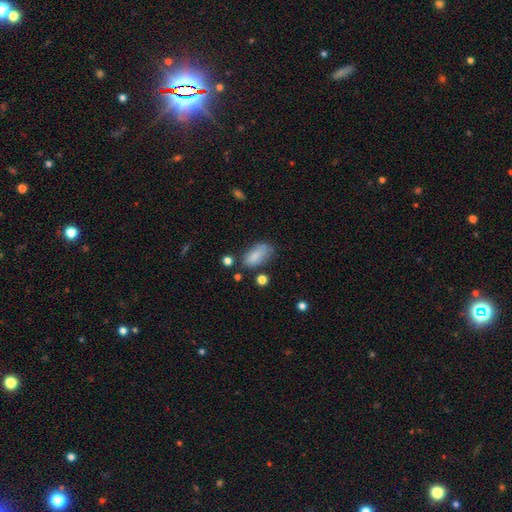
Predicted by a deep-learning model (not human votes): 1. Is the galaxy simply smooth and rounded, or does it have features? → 82% smooth, 10% featured or disk, 8% star or artifact.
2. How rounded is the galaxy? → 88% in between, 9% cigar-shaped, 3% round.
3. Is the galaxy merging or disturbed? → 59% none, 27% minor disturbance, 9% major disturbance, 5% merger.